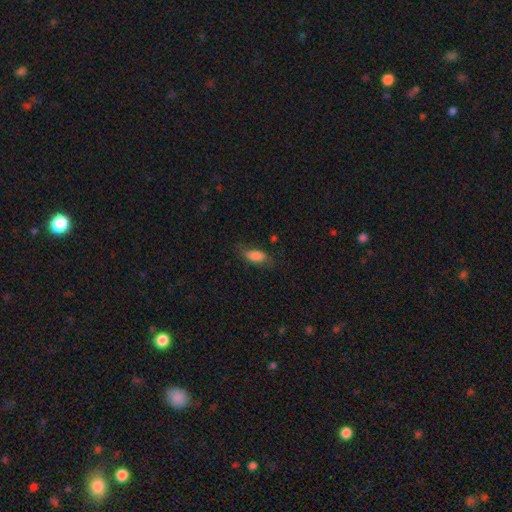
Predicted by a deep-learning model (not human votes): A smooth galaxy with no disk features (76%) that is in between round and cigar-shaped (85%). Merging: none (61%).